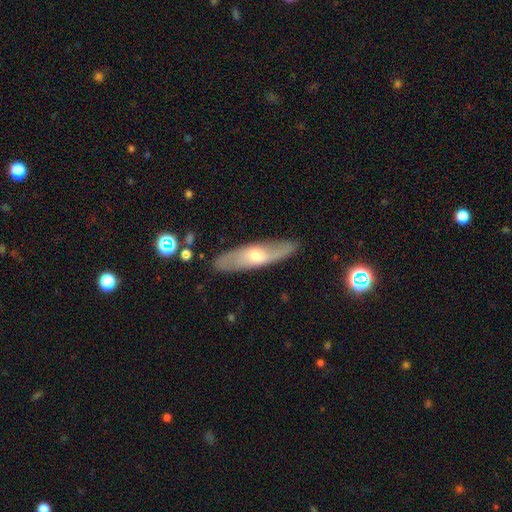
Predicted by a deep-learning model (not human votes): Smooth or featured: featured or disk — 55% (smooth — 40%)
Edge-on disk: no — 59% (yes — 41%)
Merging: none — 85% (minor disturbance — 11%)